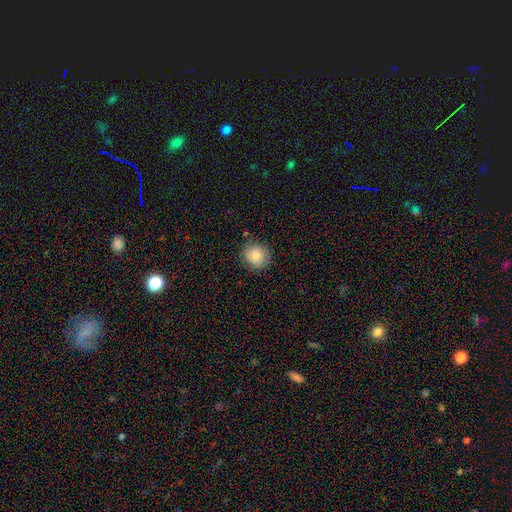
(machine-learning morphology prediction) smooth_or_featured: smooth (p=0.82) [alt: featured or disk p=0.09]
how_rounded: round (p=0.82) [alt: in between p=0.17]
merging: none (p=0.81) [alt: minor disturbance p=0.14]